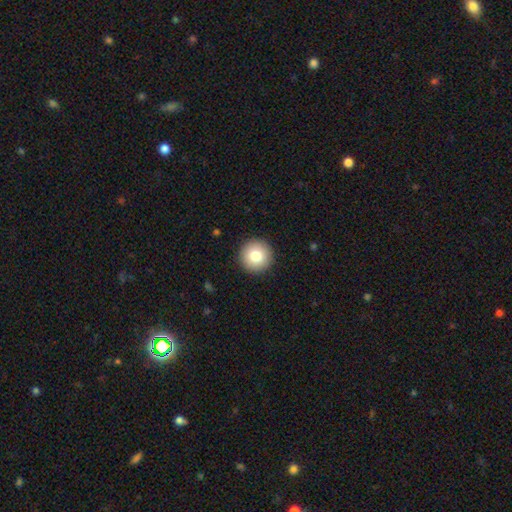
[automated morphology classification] Overall: smooth (81%). How rounded: round (96%). Merging: none (93%).